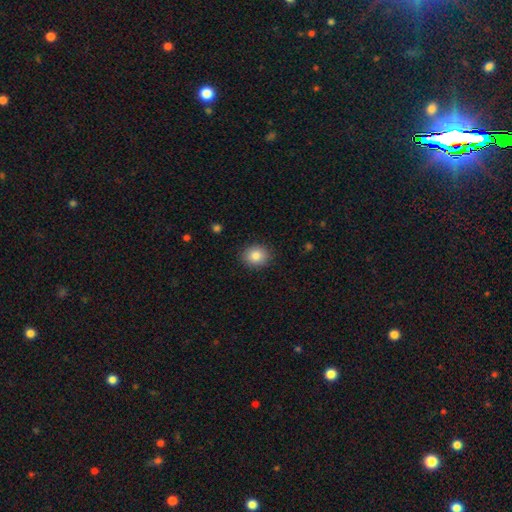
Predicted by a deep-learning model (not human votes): This is clearly a smooth galaxy (85%). How rounded: likely round (70%). Merging: clearly none (89%).